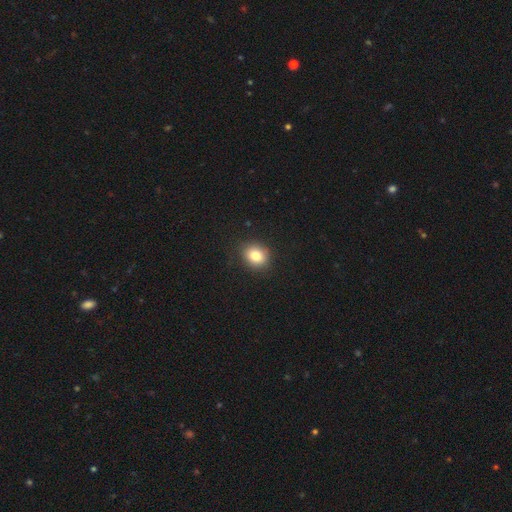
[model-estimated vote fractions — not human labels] Smooth or featured? Predicted: smooth (p=0.82). How rounded? Predicted: round (p=0.58). Merging? Predicted: none (p=0.87).